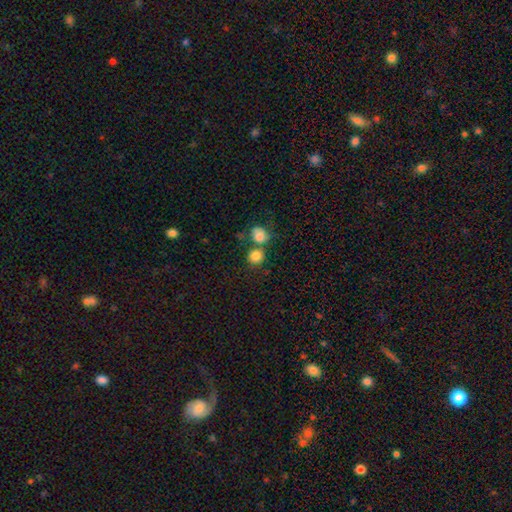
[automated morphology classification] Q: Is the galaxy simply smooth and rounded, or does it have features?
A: smooth — 83%.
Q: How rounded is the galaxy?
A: round — 86%.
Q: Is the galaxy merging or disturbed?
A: none — 54%.